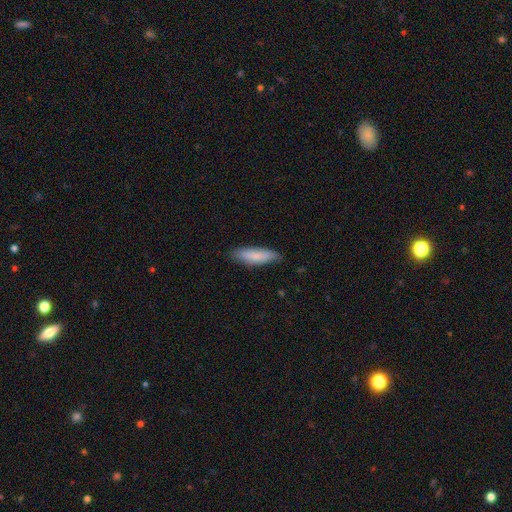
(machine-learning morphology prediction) Overall: smooth (81%). How rounded: cigar-shaped (61%; in between 37%). Merging: none (83%).